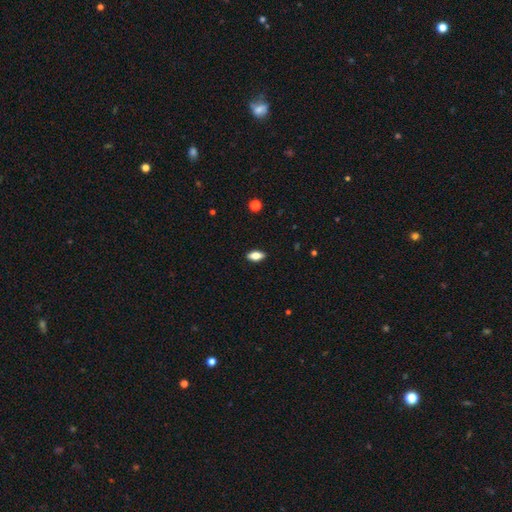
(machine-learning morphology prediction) The model was most divided on "smooth or featured": smooth: 78%, featured or disk: 14%, star or artifact: 8%. More confident: merging — none (89%); how rounded — in between (86%).